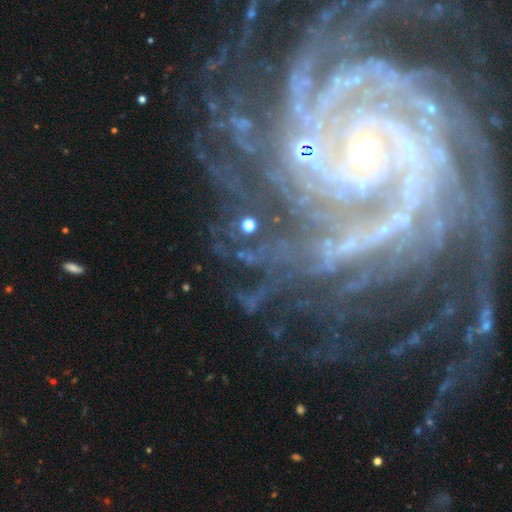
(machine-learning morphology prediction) Smooth or featured? featured or disk (86%)
Edge-on disk? no (97%)
Bar? no (59%)
Spiral arms? yes (97%)
Spiral winding? tight (75%)
Spiral arm count? more than 4 (30%)
Bulge size? small (65%)
Merging? none (66%)